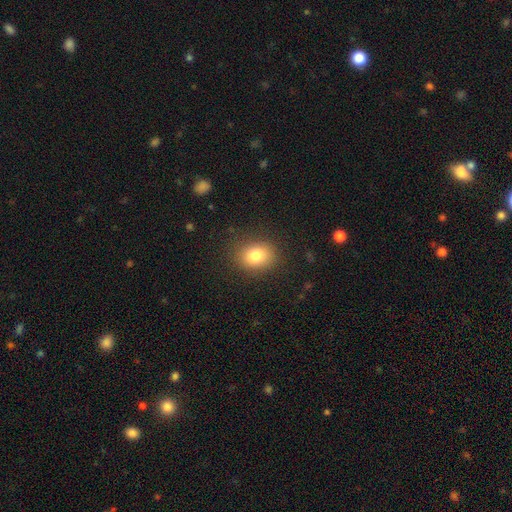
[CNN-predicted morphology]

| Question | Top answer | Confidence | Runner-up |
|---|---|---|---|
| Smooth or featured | smooth | 81% | star or artifact (11%) |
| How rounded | round | 53% | in between (46%) |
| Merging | none | 86% | minor disturbance (9%) |